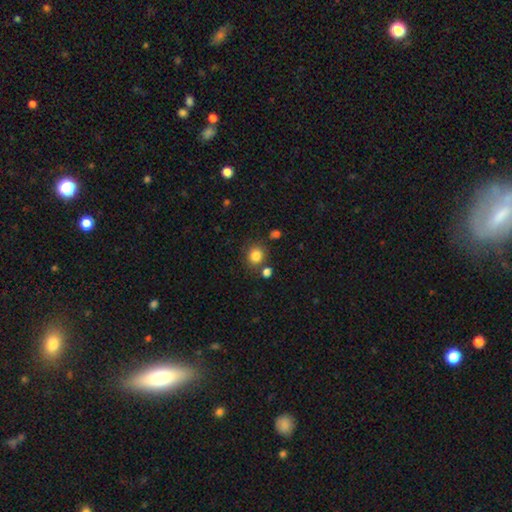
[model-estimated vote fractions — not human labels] Smooth or featured? smooth (84%)
How rounded? round (79%)
Merging? none (76%)